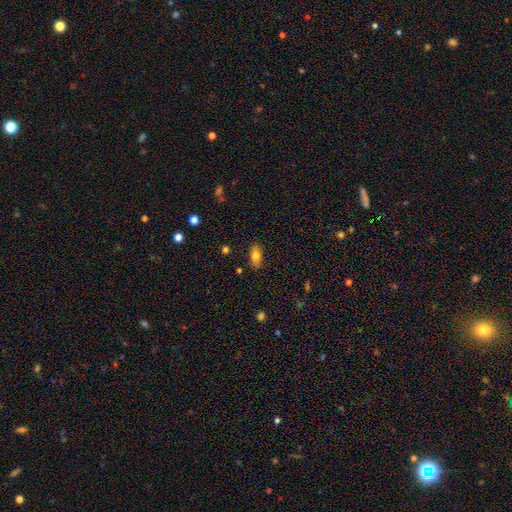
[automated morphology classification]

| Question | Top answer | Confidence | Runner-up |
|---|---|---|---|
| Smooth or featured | smooth | 77% | featured or disk (14%) |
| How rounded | in between | 88% | cigar-shaped (7%) |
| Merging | none | 78% | minor disturbance (17%) |